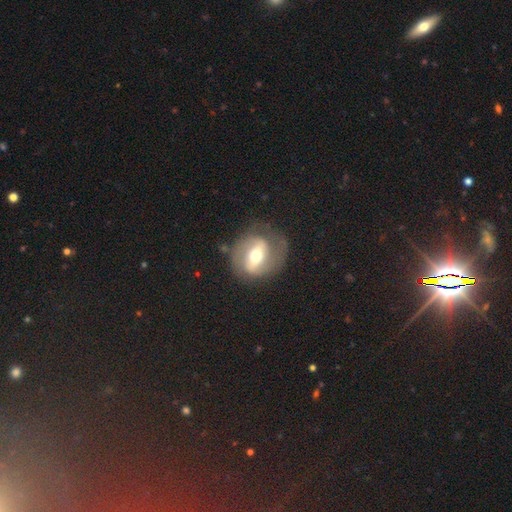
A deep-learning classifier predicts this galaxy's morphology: Smooth or featured: featured or disk — 74% (smooth — 20%)
Edge-on disk: no — 96% (yes — 4%)
Bar: strong — 50% (weak — 35%)
Spiral arms: yes — 84% (no — 16%)
Spiral winding: medium — 46% (tight — 34%)
Spiral arm count: 2 — 81% (1 — 8%)
Bulge size: moderate — 66% (small — 19%)
Merging: none — 69% (minor disturbance — 18%)